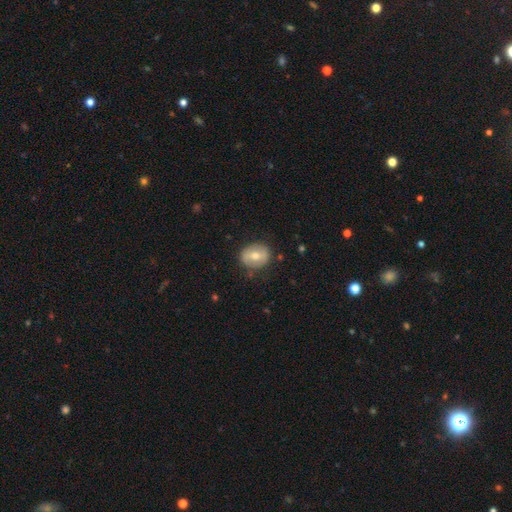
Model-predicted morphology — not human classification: A smooth galaxy with no disk features (53%) that is round (58%).

Vote fractions:
- Smooth or featured? smooth: 53% / featured or disk: 41% / star or artifact: 7%
- How rounded? round: 58% / in between: 41% / cigar-shaped: 1%
- Merging? none: 80% / minor disturbance: 15% / major disturbance: 4% / merger: 1%